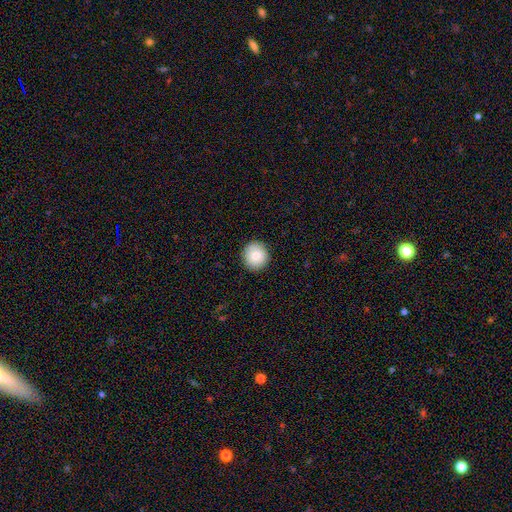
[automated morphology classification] smooth-or-featured: smooth: 85% | star or artifact: 8% | featured or disk: 7%
  how-rounded: round: 92% | in between: 7% | cigar-shaped: 1%
  merging: none: 91% | minor disturbance: 6% | major disturbance: 2% | merger: 1%